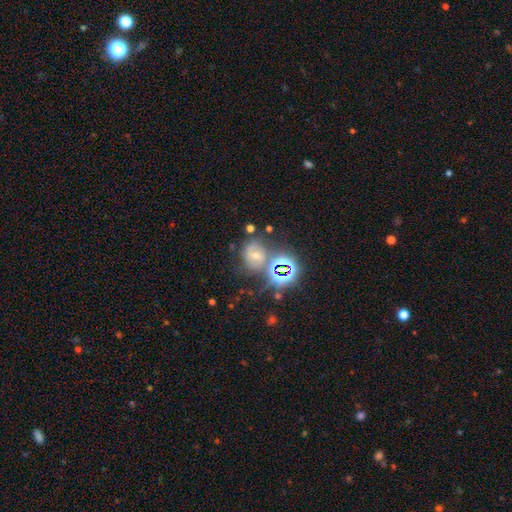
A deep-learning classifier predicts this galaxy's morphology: This appears to be a star or artifact, not a galaxy (50%).